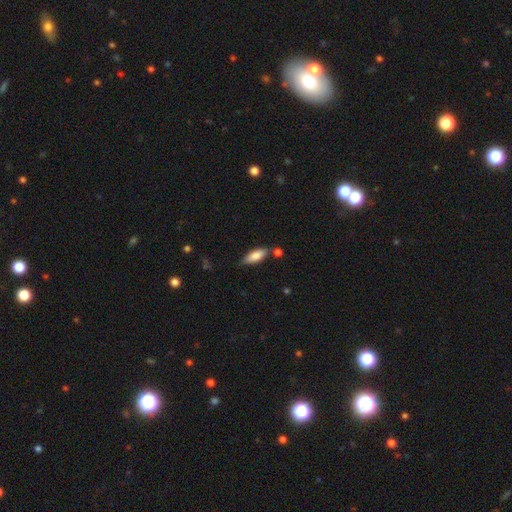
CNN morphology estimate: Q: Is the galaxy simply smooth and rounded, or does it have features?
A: smooth — 81%.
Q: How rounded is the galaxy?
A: in between — 67%.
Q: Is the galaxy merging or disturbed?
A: none — 70%.